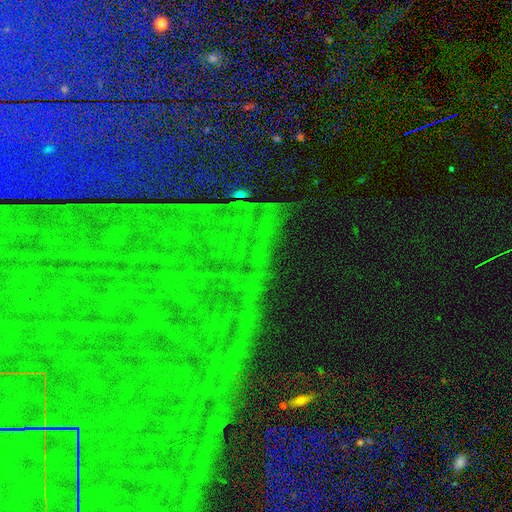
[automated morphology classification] This is clearly a star or artifact rather than a galaxy (85%).